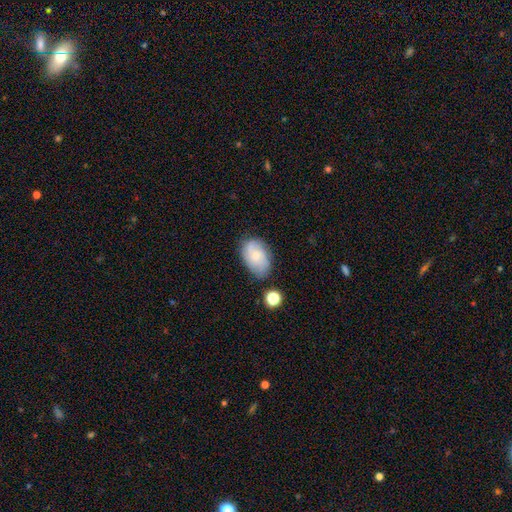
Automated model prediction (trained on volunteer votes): Smooth or featured? smooth (55%)
How rounded? in between (87%)
Merging? none (68%)